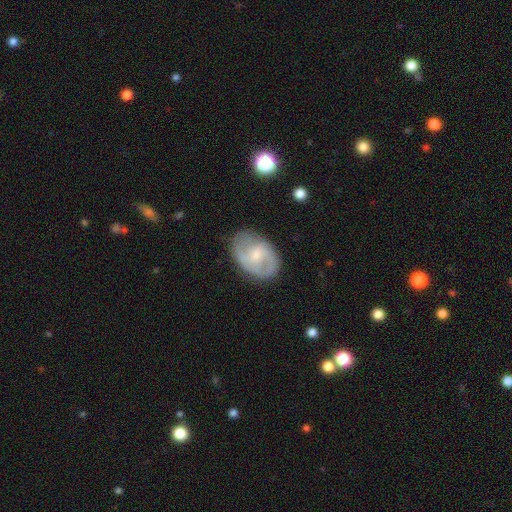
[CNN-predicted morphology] A featured or disk galaxy (70%) with a weak bar (47%), 2 (74%) medium (49%) spiral arms (87%) and a small central bulge (61%).

Vote fractions:
- Smooth or featured? featured or disk: 70% / smooth: 24% / star or artifact: 6%
- Edge-on disk? no: 97% / yes: 3%
- Bar? weak: 47% / no: 44% / strong: 9%
- Spiral arms? yes: 87% / no: 13%
- Spiral winding? medium: 49% / tight: 27% / loose: 24%
- Spiral arm count? 2: 74% / can't tell: 15% / 3: 4% / 1: 3% / 4: 2% / more than 4: 2%
- Bulge size? small: 61% / moderate: 31% / none: 4% / large: 2% / dominant: 1%
- Merging? none: 76% / minor disturbance: 17% / major disturbance: 6% / merger: 1%